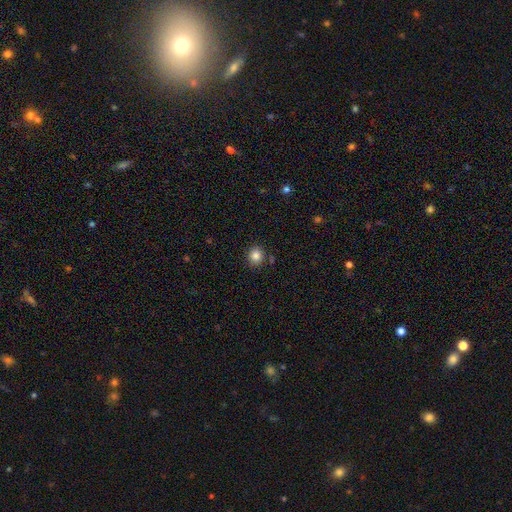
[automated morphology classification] This appears to be a smooth galaxy with no disk features (84%) that is round (86%). Merging: none (87%).